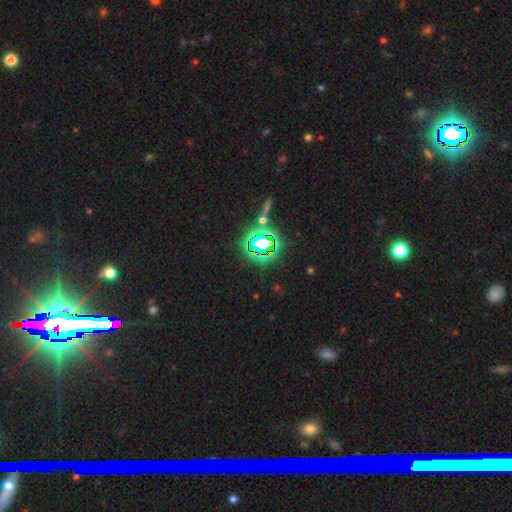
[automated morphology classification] This is likely a star or artifact rather than a galaxy (80%).